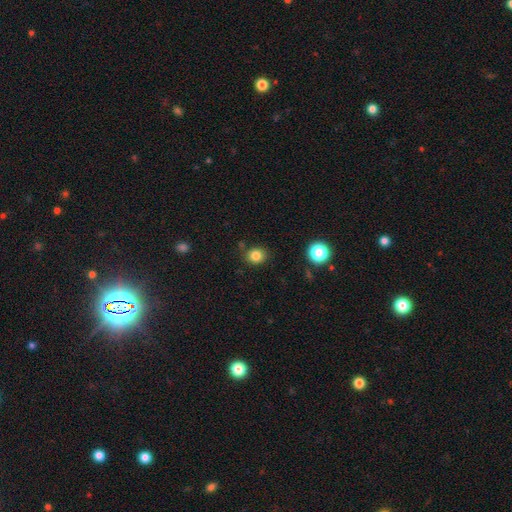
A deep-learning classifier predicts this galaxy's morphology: smooth 82%, star or artifact 12%, featured or disk 5%. Down the decision tree: how rounded — round (76%); merging — none (82%).